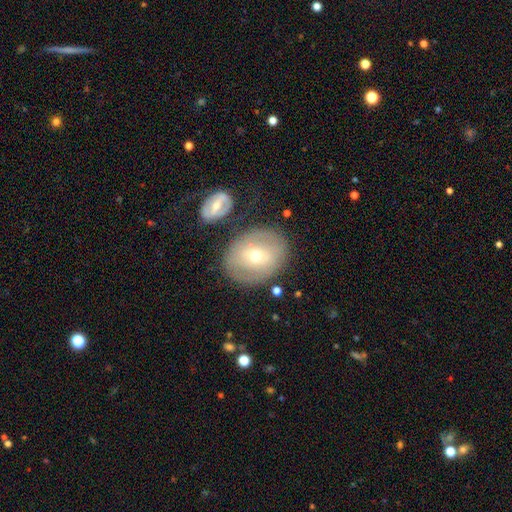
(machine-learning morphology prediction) Smooth or featured? Predicted: featured or disk (p=0.47). Merging? Predicted: none (p=0.74).